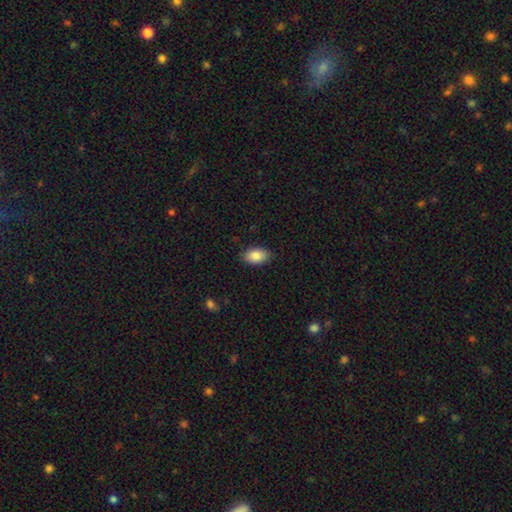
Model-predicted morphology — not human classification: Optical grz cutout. It shows a smooth galaxy with no disk features (87%) that is in between round and cigar-shaped (92%). Merging: none (85%).